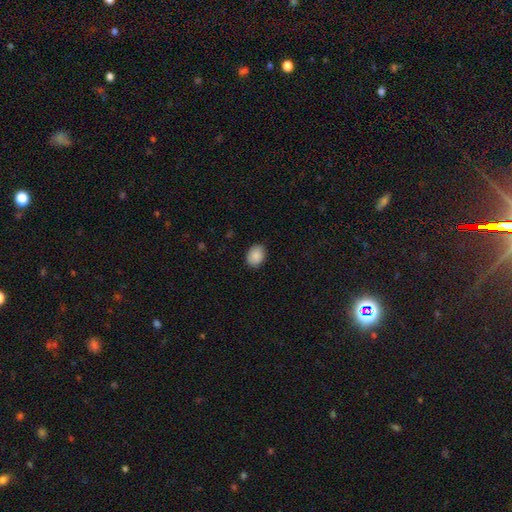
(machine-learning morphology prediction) type=smooth (89%); roundness=in between (68%); merging=none (86%).